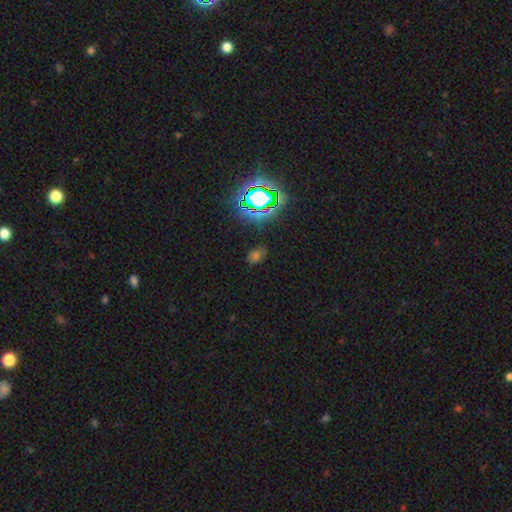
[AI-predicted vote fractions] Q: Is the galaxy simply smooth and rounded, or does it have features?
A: star or artifact — 48%.